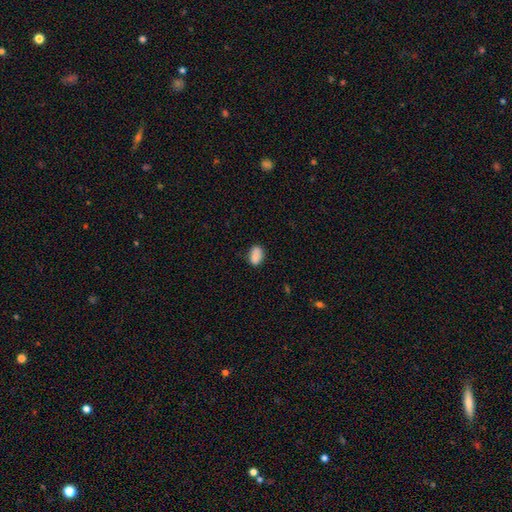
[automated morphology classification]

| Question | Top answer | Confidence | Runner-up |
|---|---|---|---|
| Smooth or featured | smooth | 85% | star or artifact (8%) |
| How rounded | in between | 85% | round (13%) |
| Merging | none | 68% | minor disturbance (21%) |